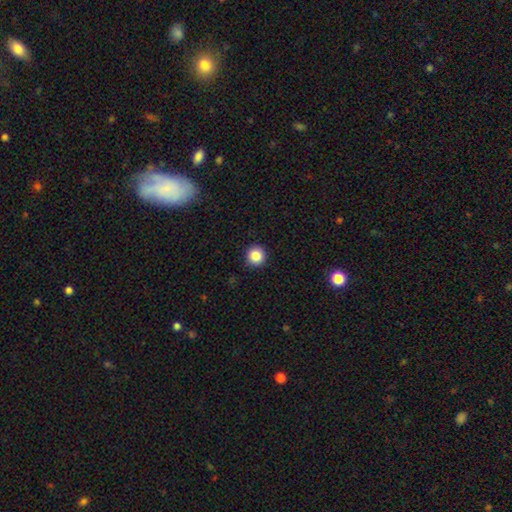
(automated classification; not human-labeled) Overall: smooth (86%). How rounded: round (95%). Merging: none (92%).